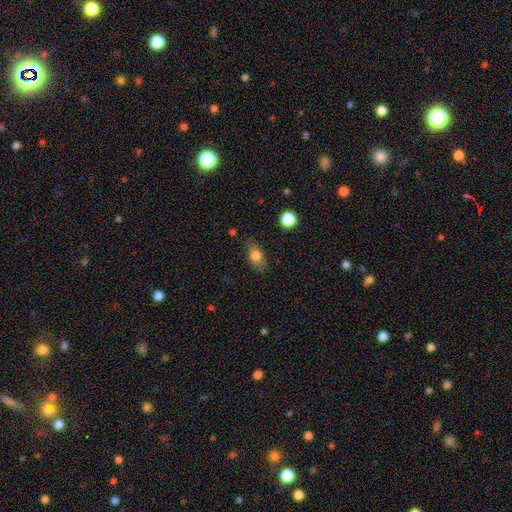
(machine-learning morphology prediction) Smooth or featured: smooth — 77% (featured or disk — 14%)
How rounded: in between — 80% (round — 14%)
Merging: none — 76% (minor disturbance — 18%)